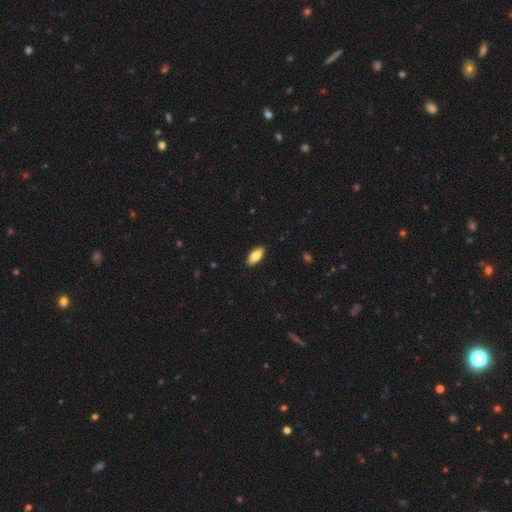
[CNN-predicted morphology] smooth 85%, featured or disk 9%, star or artifact 6%. Down the decision tree: how rounded — in between (88%); merging — none (90%).